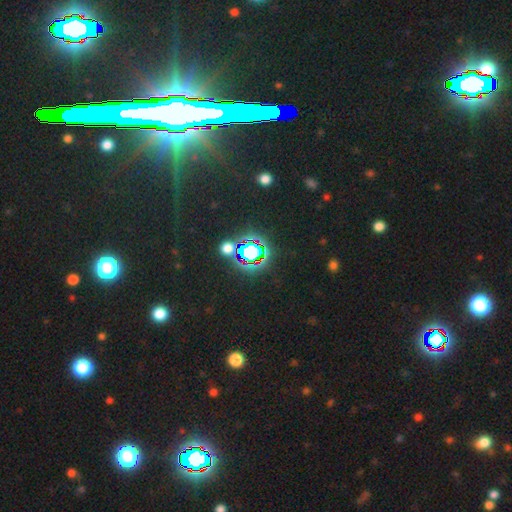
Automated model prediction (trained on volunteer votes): Smooth or featured? Predicted: star or artifact (p=0.79).